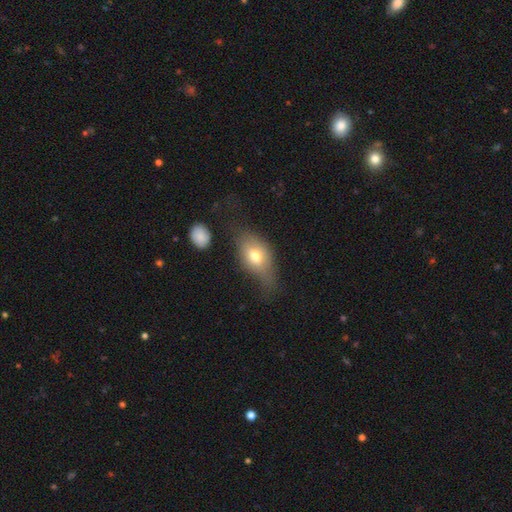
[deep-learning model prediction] Q: Smooth or featured?
A: smooth (64%); runner-up: featured or disk (27%)
Q: How rounded?
A: in between (80%); runner-up: round (13%)
Q: Merging?
A: none (46%); runner-up: minor disturbance (30%)